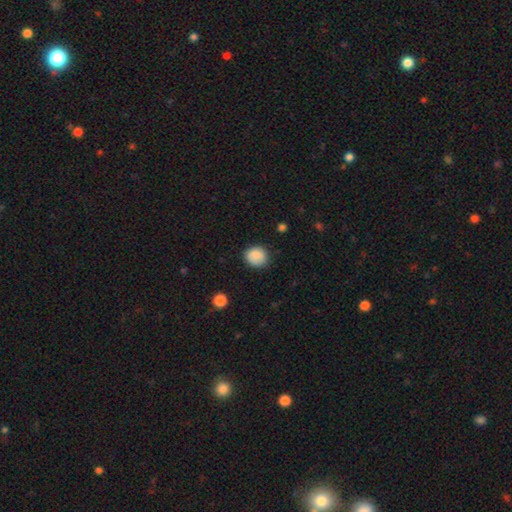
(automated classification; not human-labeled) A smooth galaxy with no disk features (88%) that is round (76%).

Vote fractions:
- Smooth or featured? smooth: 88% / star or artifact: 8% / featured or disk: 4%
- How rounded? round: 76% / in between: 24% / cigar-shaped: 1%
- Merging? none: 84% / minor disturbance: 12% / major disturbance: 3% / merger: 1%